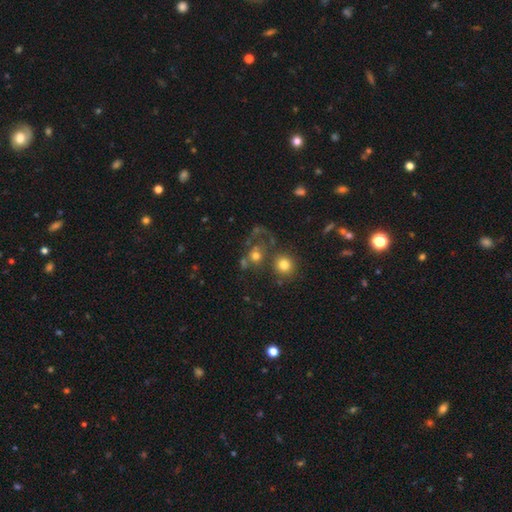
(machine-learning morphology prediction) A smooth galaxy with no disk features (63%) that is round (80%).

Vote fractions:
- Smooth or featured? smooth: 63% / featured or disk: 22% / star or artifact: 15%
- How rounded? round: 80% / in between: 19% / cigar-shaped: 1%
- Merging? none: 38% / merger: 31% / major disturbance: 19% / minor disturbance: 11%